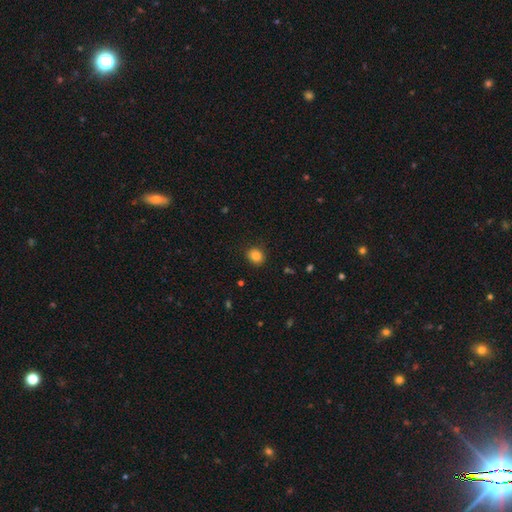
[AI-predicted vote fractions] This is clearly a smooth galaxy (85%). How rounded: likely round (67%). Merging: clearly none (88%).